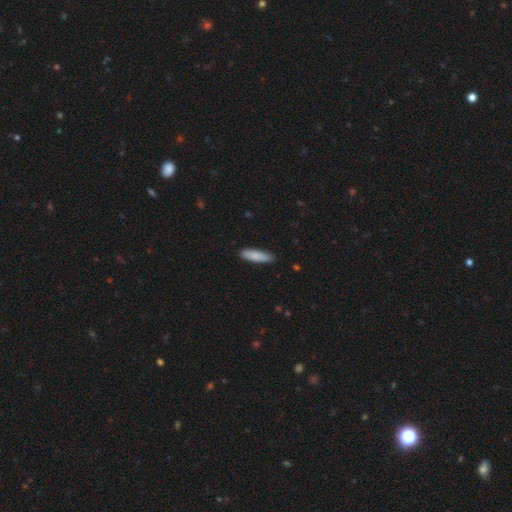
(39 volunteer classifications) Overall: smooth (85%). How rounded: cigar-shaped (79%). Merging: none (95%).